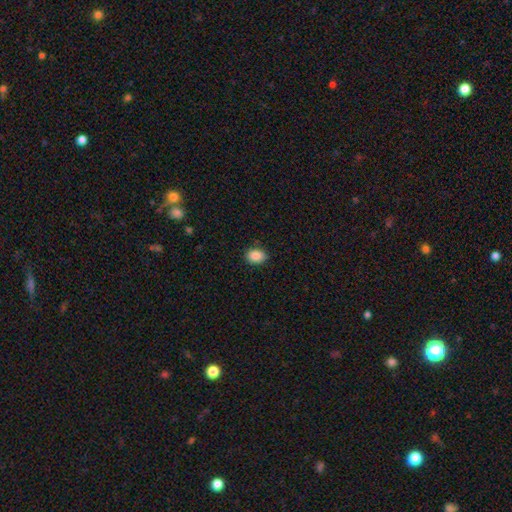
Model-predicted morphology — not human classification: Smooth or featured?
  - smooth: 88% *
  - star or artifact: 8%
  - featured or disk: 3%
How rounded?
  - in between: 70% *
  - round: 29%
  - cigar-shaped: 1%
Merging?
  - none: 85% *
  - minor disturbance: 11%
  - major disturbance: 2%
  - merger: 1%